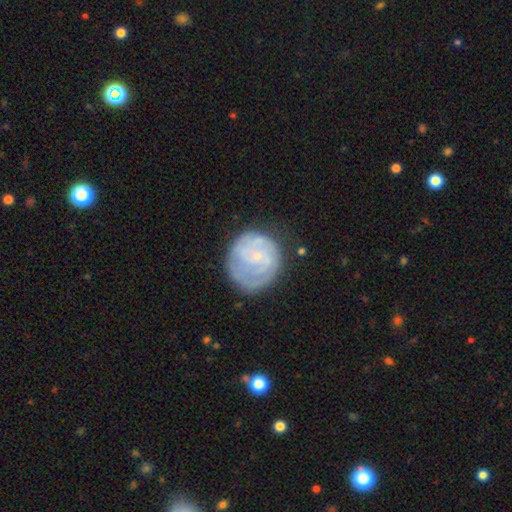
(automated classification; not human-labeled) Q: Smooth or featured?
A: featured or disk (65%); runner-up: smooth (29%)
Q: Edge-on disk?
A: no (98%); runner-up: yes (2%)
Q: Bar?
A: no (75%); runner-up: weak (22%)
Q: Spiral arms?
A: yes (80%); runner-up: no (20%)
Q: Spiral winding?
A: tight (66%); runner-up: medium (25%)
Q: Spiral arm count?
A: can't tell (45%); runner-up: 2 (25%)
Q: Bulge size?
A: small (81%); runner-up: moderate (11%)
Q: Merging?
A: none (63%); runner-up: minor disturbance (23%)